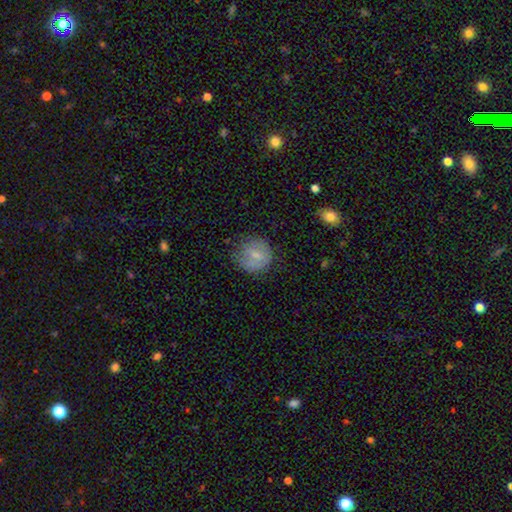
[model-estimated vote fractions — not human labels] Overall: smooth (71%). How rounded: round (86%). Merging: none (63%; minor disturbance 24%).